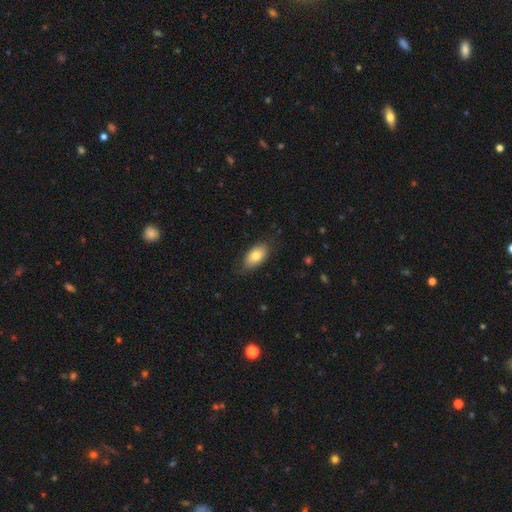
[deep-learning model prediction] A smooth galaxy with no disk features (78%) that is in between round and cigar-shaped (92%).

Vote fractions:
- Smooth or featured? smooth: 78% / featured or disk: 15% / star or artifact: 7%
- How rounded? in between: 92% / round: 4% / cigar-shaped: 4%
- Merging? none: 78% / minor disturbance: 18% / major disturbance: 3% / merger: 1%